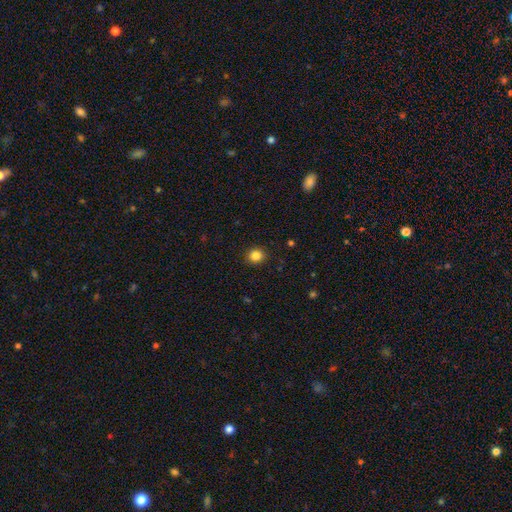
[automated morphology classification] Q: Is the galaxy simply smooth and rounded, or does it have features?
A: smooth — 84%.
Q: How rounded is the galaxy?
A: round — 84%.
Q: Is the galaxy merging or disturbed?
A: none — 91%.